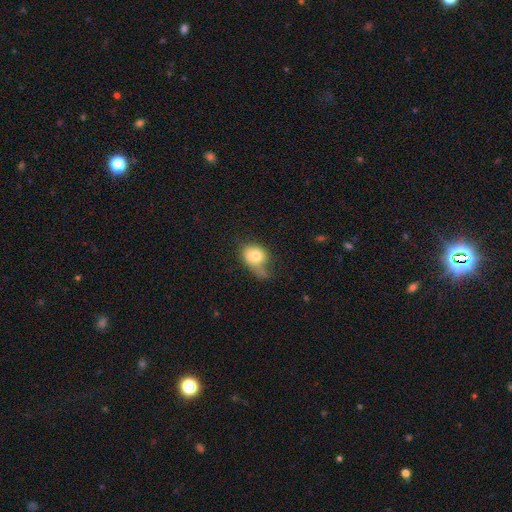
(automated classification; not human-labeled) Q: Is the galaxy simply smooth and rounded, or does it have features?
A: smooth — 76%.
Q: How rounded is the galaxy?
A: in between — 51%.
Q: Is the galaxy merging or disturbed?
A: minor disturbance — 34%.